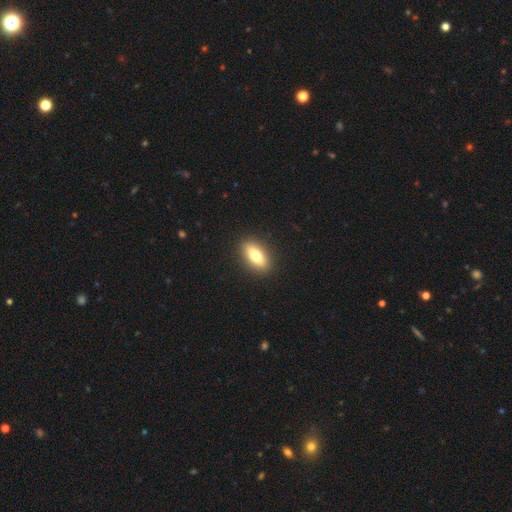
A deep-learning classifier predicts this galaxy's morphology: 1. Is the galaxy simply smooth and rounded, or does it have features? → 73% smooth, 20% featured or disk, 7% star or artifact.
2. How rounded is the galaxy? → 78% in between, 17% cigar-shaped, 4% round.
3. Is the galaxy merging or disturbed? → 90% none, 7% minor disturbance, 2% major disturbance, 1% merger.